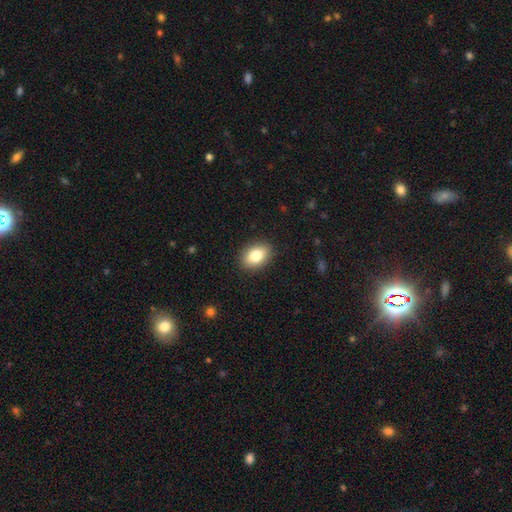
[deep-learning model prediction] This appears to be a smooth galaxy with no disk features (83%) that is in between round and cigar-shaped (83%). Merging: none (89%).